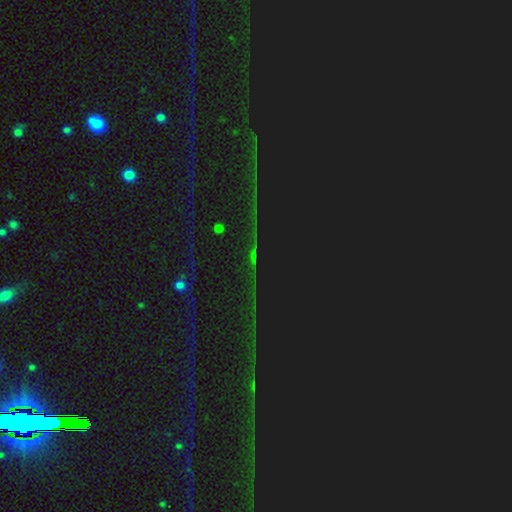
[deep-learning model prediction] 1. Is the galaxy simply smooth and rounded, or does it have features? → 78% star or artifact, 13% featured or disk, 10% smooth.